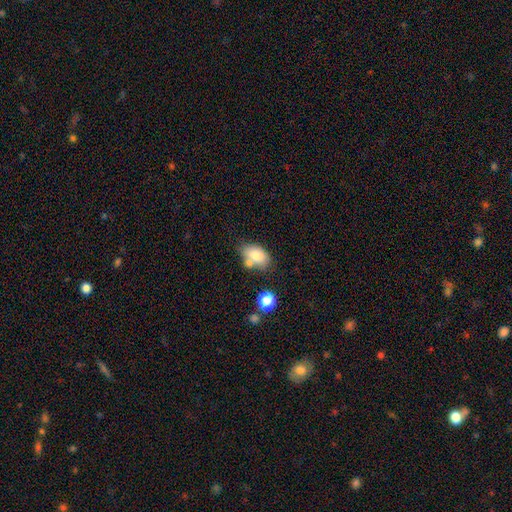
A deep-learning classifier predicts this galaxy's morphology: This is likely a smooth galaxy (79%). How rounded: clearly in between (88%). Merging: possibly none (53%).